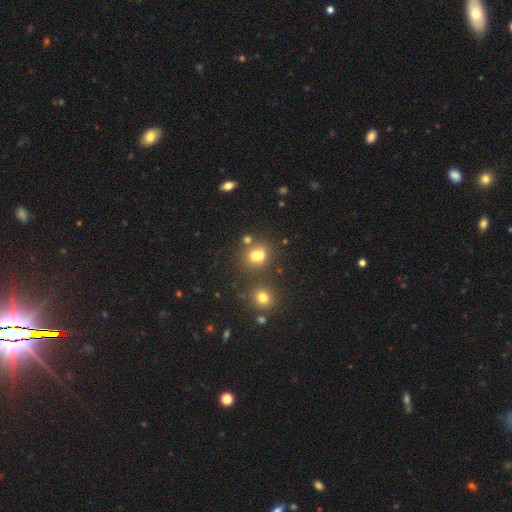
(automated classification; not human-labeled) smooth_or_featured: smooth (p=0.66) [alt: star or artifact p=0.18]
how_rounded: round (p=0.78) [alt: in between p=0.21]
merging: none (p=0.45) [alt: merger p=0.41]